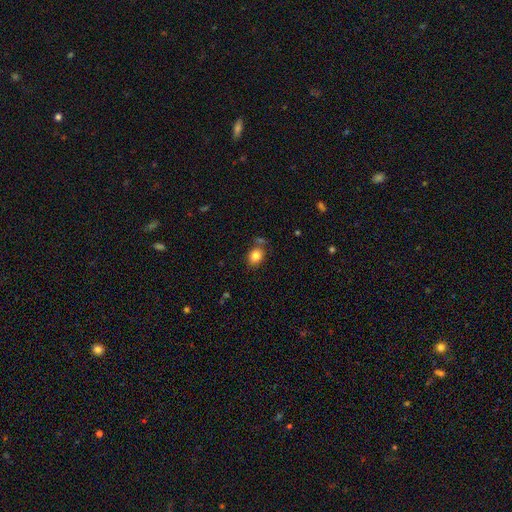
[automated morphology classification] Smooth or featured?
  - smooth: 84% *
  - star or artifact: 9%
  - featured or disk: 7%
How rounded?
  - in between: 50% *
  - round: 49%
  - cigar-shaped: 1%
Merging?
  - none: 71% *
  - minor disturbance: 14%
  - merger: 10%
  - major disturbance: 4%